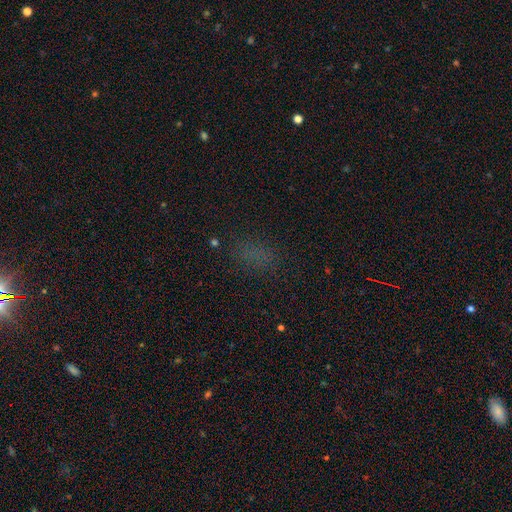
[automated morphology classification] Smooth or featured?
  - smooth: 61% *
  - star or artifact: 31%
  - featured or disk: 9%
How rounded?
  - in between: 77% *
  - round: 14%
  - cigar-shaped: 9%
Merging?
  - none: 79% *
  - minor disturbance: 13%
  - major disturbance: 6%
  - merger: 2%